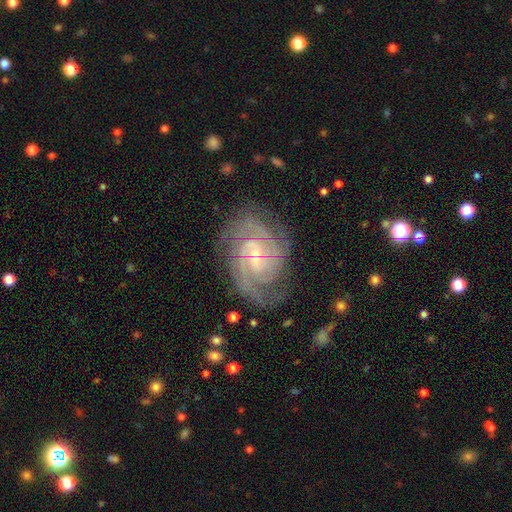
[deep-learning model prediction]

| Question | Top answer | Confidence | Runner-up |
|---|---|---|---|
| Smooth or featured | featured or disk | 91% | star or artifact (5%) |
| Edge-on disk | no | 98% | yes (2%) |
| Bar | weak | 52% | no (32%) |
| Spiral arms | yes | 98% | no (2%) |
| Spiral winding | tight | 70% | medium (26%) |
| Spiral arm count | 3 | 28% | 2 (27%) |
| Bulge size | small | 63% | moderate (33%) |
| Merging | none | 76% | minor disturbance (17%) |